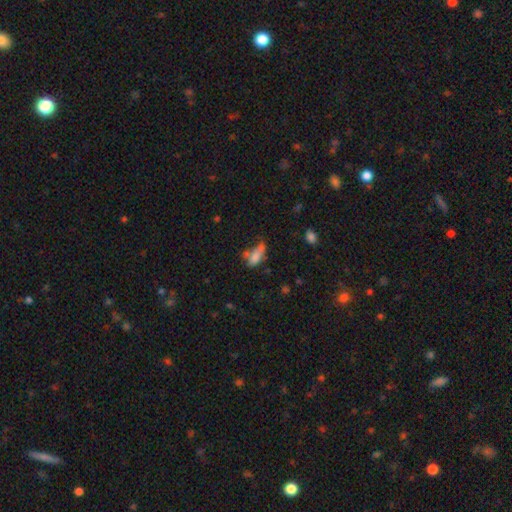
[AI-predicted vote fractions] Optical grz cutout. It shows a smooth galaxy with no disk features (72%) that is in between round and cigar-shaped (70%). Merging: minor disturbance (30%).